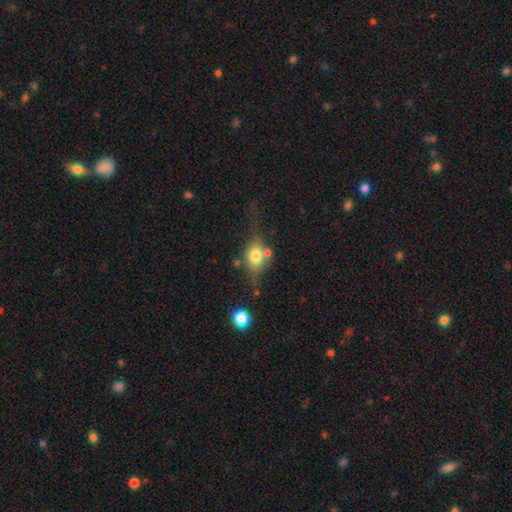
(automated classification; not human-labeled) Smooth or featured?
  - smooth: 61% *
  - featured or disk: 29%
  - star or artifact: 10%
How rounded?
  - in between: 49% *
  - round: 46%
  - cigar-shaped: 5%
Merging?
  - none: 50% *
  - minor disturbance: 23%
  - major disturbance: 15%
  - merger: 12%